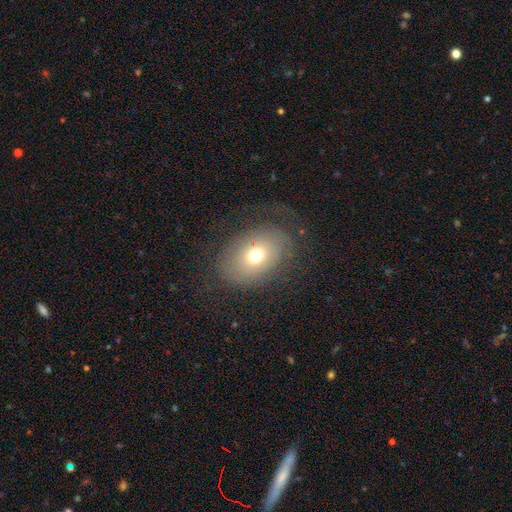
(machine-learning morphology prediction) The model was most divided on "smooth or featured": smooth: 61%, featured or disk: 27%, star or artifact: 12%. More confident: how rounded — in between (68%); merging — none (64%).